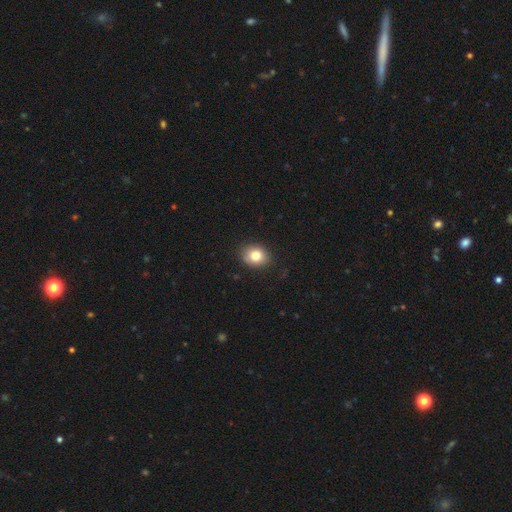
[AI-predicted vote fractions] Smooth or featured? smooth (81%)
How rounded? round (56%)
Merging? none (85%)